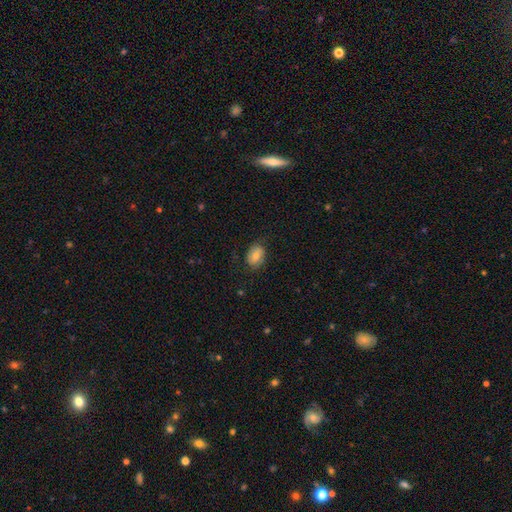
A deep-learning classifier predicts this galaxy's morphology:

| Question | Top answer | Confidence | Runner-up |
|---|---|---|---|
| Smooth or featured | smooth | 63% | featured or disk (29%) |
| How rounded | in between | 73% | round (26%) |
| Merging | none | 71% | minor disturbance (20%) |